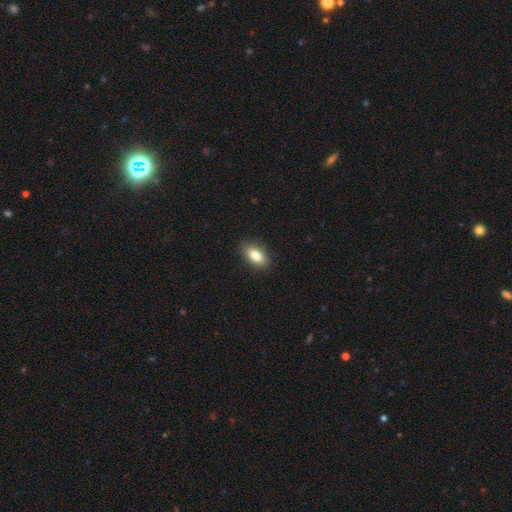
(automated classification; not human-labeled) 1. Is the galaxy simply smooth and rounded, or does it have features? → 82% smooth, 11% featured or disk, 8% star or artifact.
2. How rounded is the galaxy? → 89% in between, 6% cigar-shaped, 5% round.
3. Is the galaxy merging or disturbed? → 86% none, 10% minor disturbance, 2% major disturbance, 1% merger.